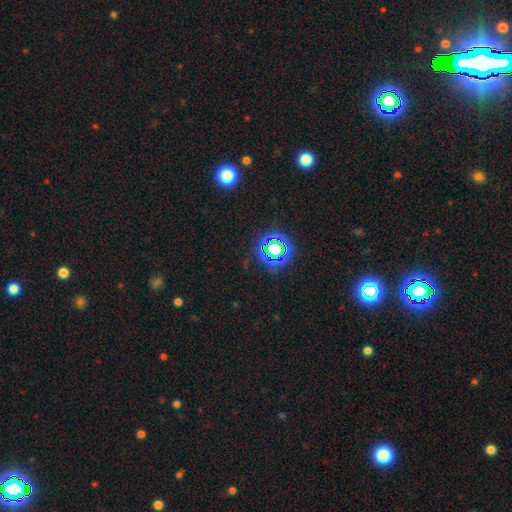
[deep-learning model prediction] Q: Smooth or featured?
A: star or artifact (76%); runner-up: smooth (17%)